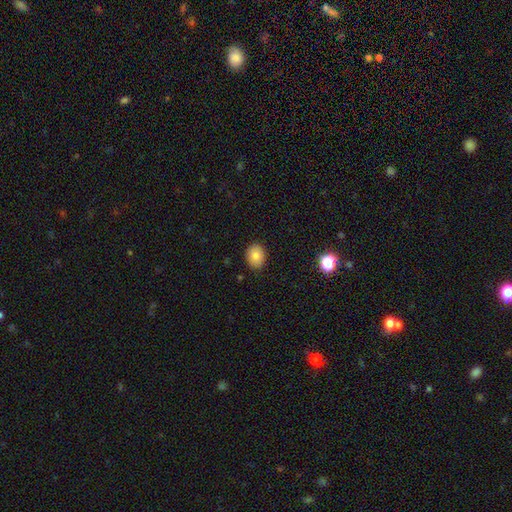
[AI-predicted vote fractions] smooth 83%, star or artifact 10%, featured or disk 8%. Down the decision tree: how rounded — in between (55%); merging — none (87%).